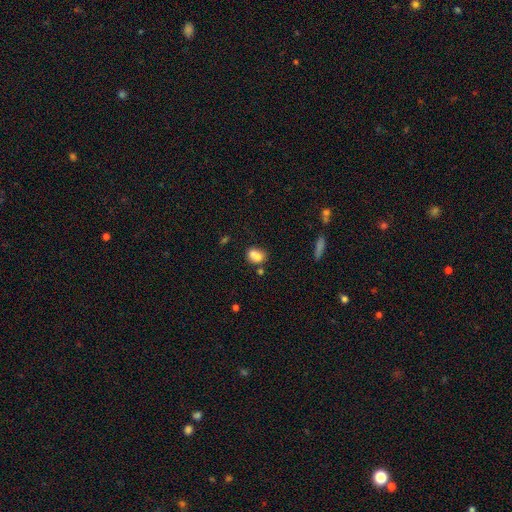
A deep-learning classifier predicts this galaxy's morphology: This is likely a smooth galaxy (73%). How rounded: possibly in between (52%). Merging: possibly merger (47%).